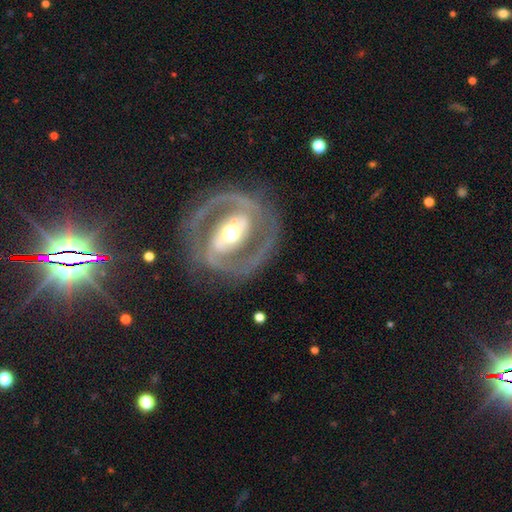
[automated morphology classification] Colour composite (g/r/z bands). It shows a featured or disk galaxy (86%) with a strong bar (66%), 2 (85%) tight (46%) spiral arms (85%) and a moderate central bulge (58%). Merging: none (79%).